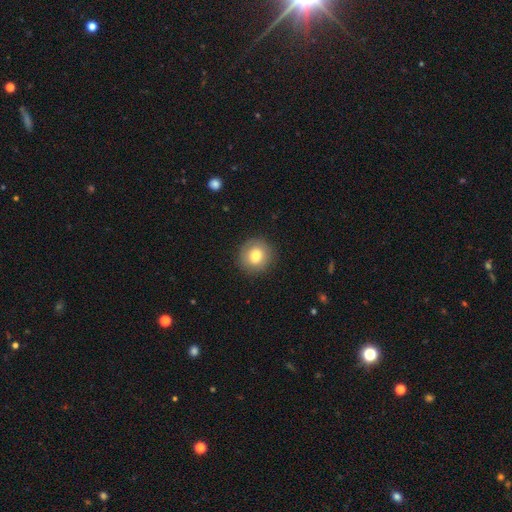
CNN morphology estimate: A smooth galaxy with no disk features (77%) that is round (92%). Merging: none (87%).